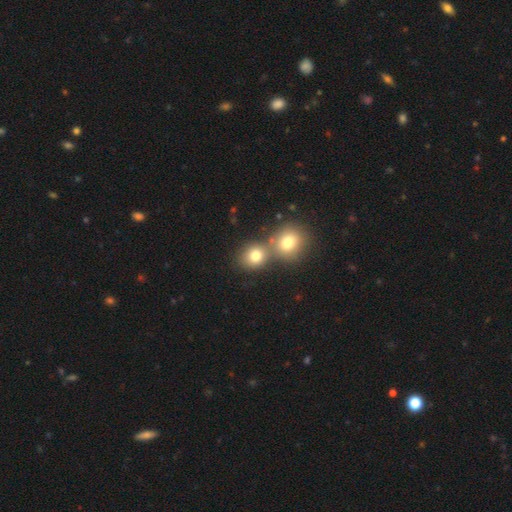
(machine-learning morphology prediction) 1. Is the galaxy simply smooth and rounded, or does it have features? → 78% smooth, 12% star or artifact, 10% featured or disk.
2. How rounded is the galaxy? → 78% round, 21% in between, 1% cigar-shaped.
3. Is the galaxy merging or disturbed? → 45% none (tied), 45% merger (tied), 7% minor disturbance, 3% major disturbance.